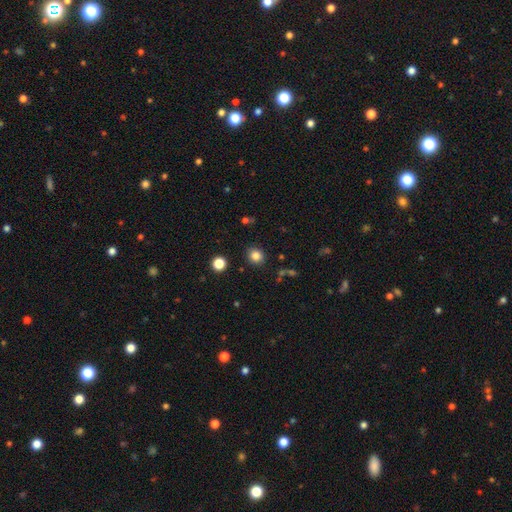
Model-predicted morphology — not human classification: Smooth or featured: smooth — 83% (star or artifact — 12%)
How rounded: round — 82% (in between — 17%)
Merging: none — 88% (minor disturbance — 7%)